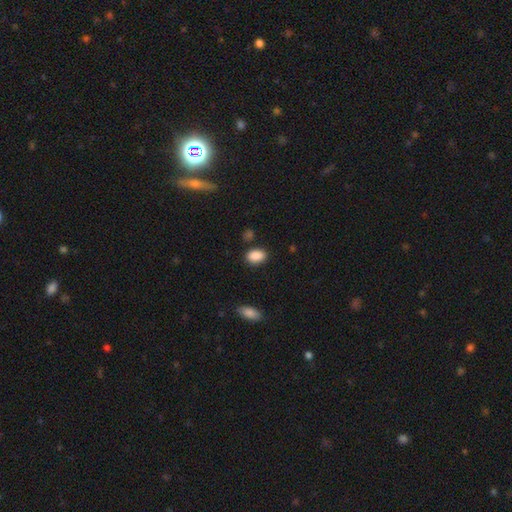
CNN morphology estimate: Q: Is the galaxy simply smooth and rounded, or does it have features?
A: smooth — 89%.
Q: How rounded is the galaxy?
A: in between — 86%.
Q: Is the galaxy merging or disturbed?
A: none — 81%.